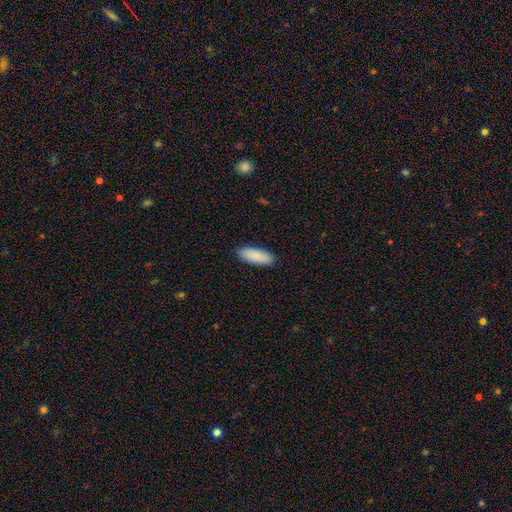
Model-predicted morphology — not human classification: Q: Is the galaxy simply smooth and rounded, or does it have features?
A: smooth — 89%.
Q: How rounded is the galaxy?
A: in between — 68%.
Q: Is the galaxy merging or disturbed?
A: none — 90%.